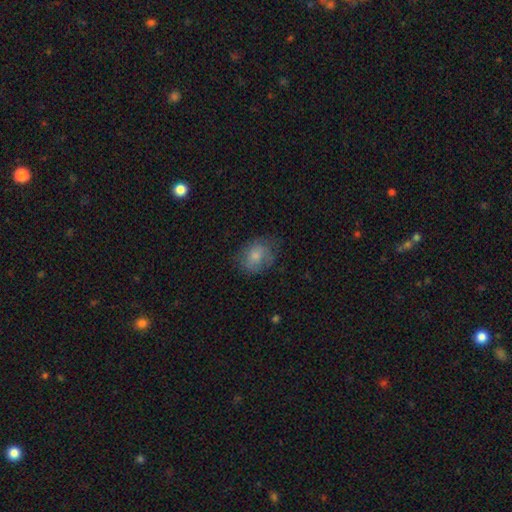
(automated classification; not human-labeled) The model was most divided on "how rounded": round: 53%, in between: 46%, cigar-shaped: 1%. More confident: smooth or featured — smooth (73%); merging — none (62%).